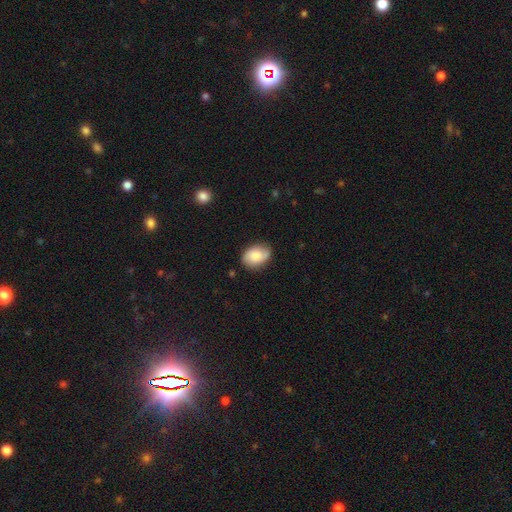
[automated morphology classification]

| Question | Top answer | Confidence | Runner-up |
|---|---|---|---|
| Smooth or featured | smooth | 67% | featured or disk (25%) |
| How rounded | in between | 77% | round (22%) |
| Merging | none | 77% | minor disturbance (18%) |